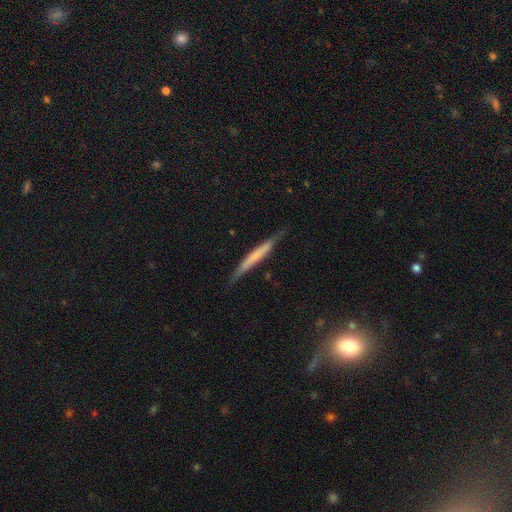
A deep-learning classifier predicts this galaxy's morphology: smooth 48%, featured or disk 46%, star or artifact 6%. Down the decision tree: merging — none (77%).